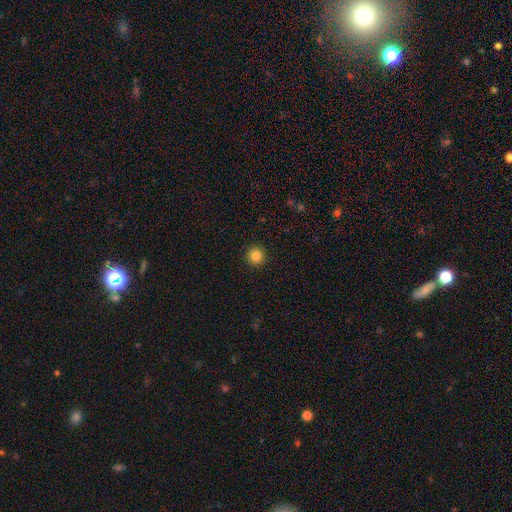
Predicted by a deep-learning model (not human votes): Morphology: type=smooth (85%); roundness=round (96%); merging=none (93%).